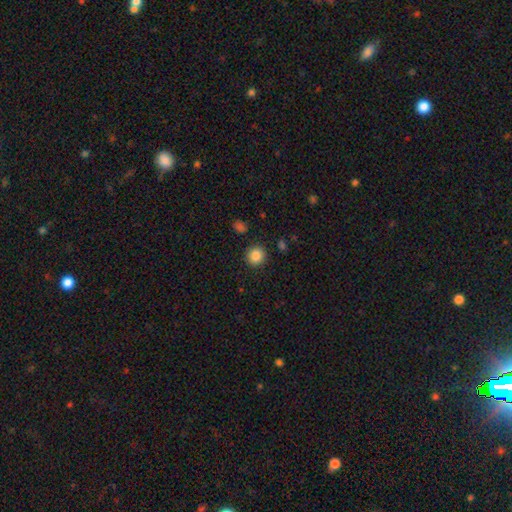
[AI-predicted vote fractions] A smooth galaxy with no disk features (86%) that is round (90%). Merging: none (90%).